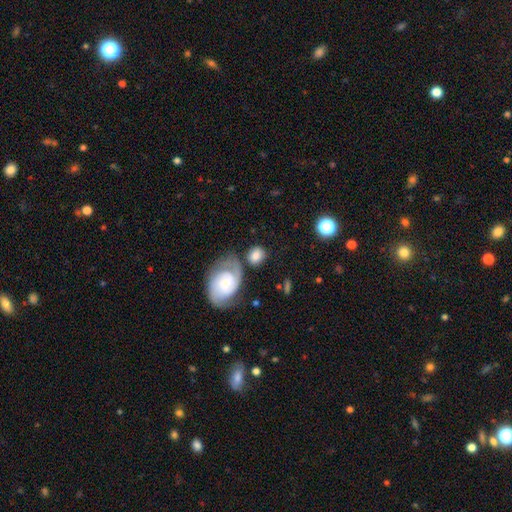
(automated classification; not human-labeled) Morphology: type=smooth (71%); roundness=round (59%); merging=none (60%).